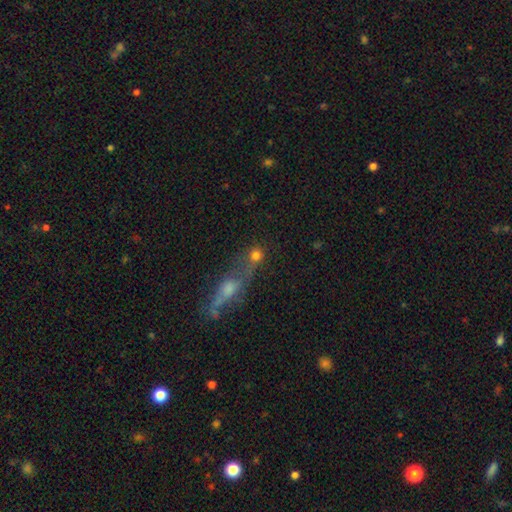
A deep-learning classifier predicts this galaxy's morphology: A smooth galaxy with no disk features (72%) that is round (79%).

Vote fractions:
- Smooth or featured? smooth: 72% / star or artifact: 16% / featured or disk: 12%
- How rounded? round: 79% / in between: 16% / cigar-shaped: 5%
- Merging? none: 42% (tied) / merger: 42% (tied) / minor disturbance: 9% / major disturbance: 8%